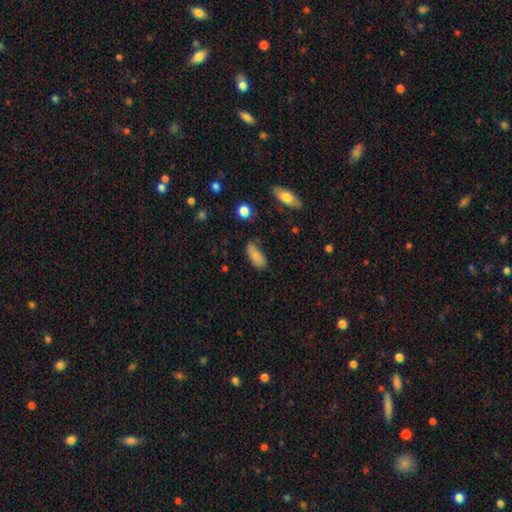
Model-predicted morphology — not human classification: This is likely a smooth galaxy (77%). How rounded: clearly in between (88%). Merging: possibly none (55%).